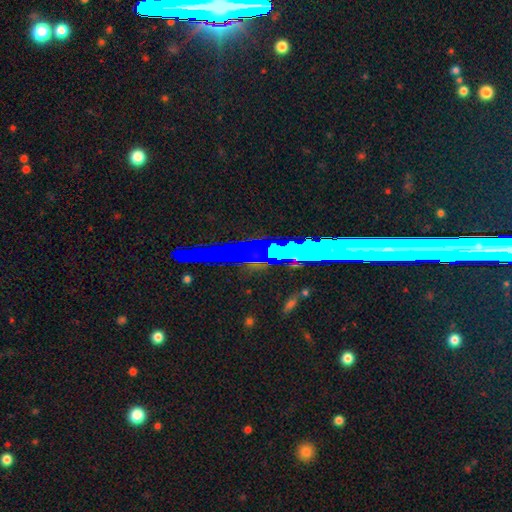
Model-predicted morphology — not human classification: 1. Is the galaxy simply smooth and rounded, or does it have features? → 50% star or artifact, 27% smooth, 23% featured or disk.